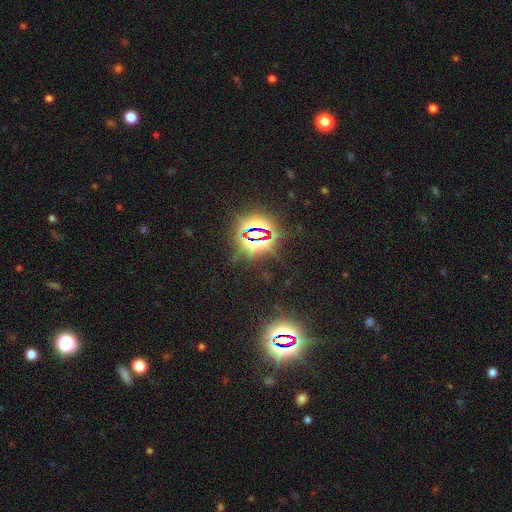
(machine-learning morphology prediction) This appears to be a star or artifact, not a galaxy (84%).